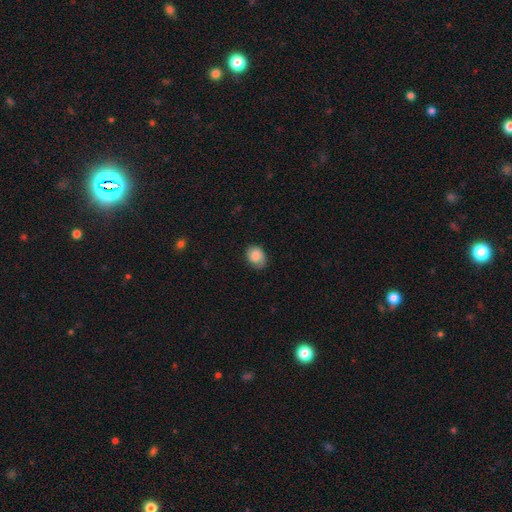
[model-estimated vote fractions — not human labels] Smooth or featured? smooth (67%)
How rounded? in between (61%)
Merging? none (71%)